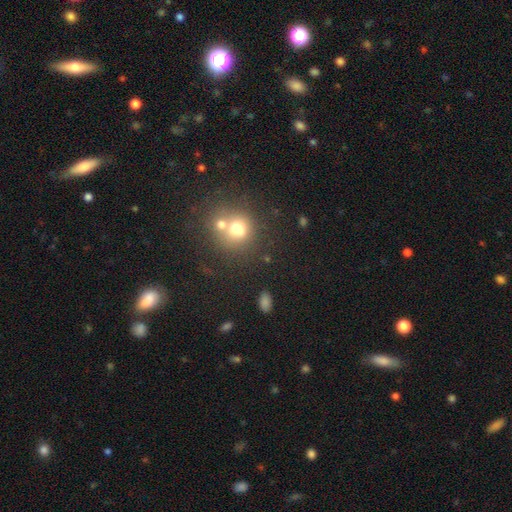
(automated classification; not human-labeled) smooth-or-featured: smooth: 53% | star or artifact: 38% | featured or disk: 10%
  how-rounded: round: 87% | in between: 11% | cigar-shaped: 1%
  merging: none: 70% | merger: 18% | minor disturbance: 8% | major disturbance: 4%